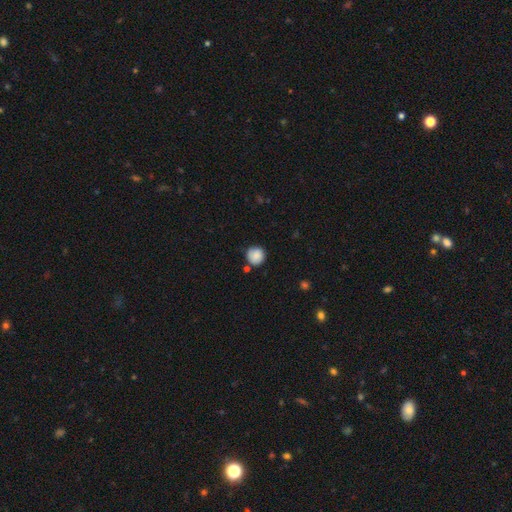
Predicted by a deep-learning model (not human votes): Smooth or featured?
  - smooth: 84% *
  - star or artifact: 8%
  - featured or disk: 8%
How rounded?
  - round: 92% *
  - in between: 7%
  - cigar-shaped: 1%
Merging?
  - none: 73% *
  - minor disturbance: 19%
  - merger: 5%
  - major disturbance: 4%